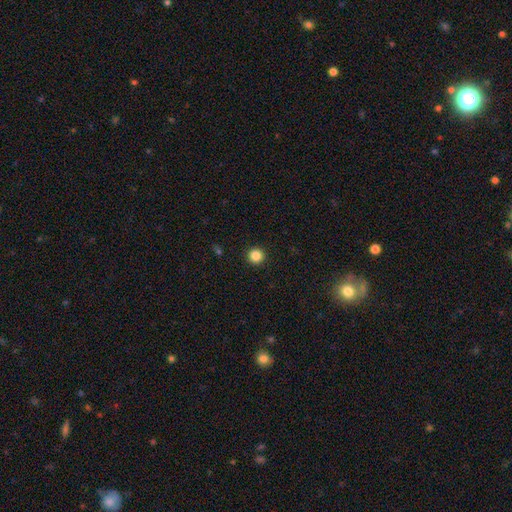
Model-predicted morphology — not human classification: A smooth galaxy with no disk features (85%) that is round (96%).

Vote fractions:
- Smooth or featured? smooth: 85% / star or artifact: 11% / featured or disk: 4%
- How rounded? round: 96% / in between: 3% / cigar-shaped: 1%
- Merging? none: 93% / minor disturbance: 4% / major disturbance: 2% / merger: 1%